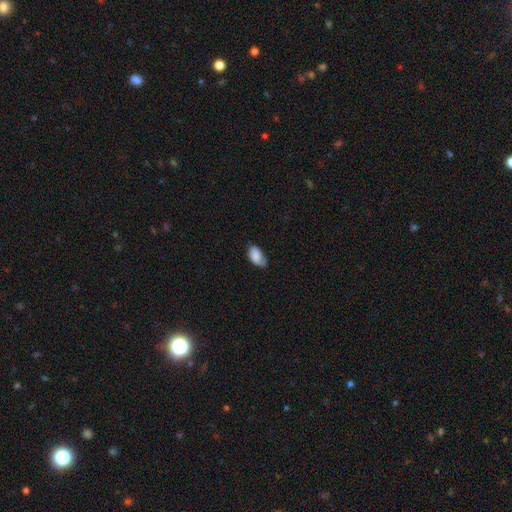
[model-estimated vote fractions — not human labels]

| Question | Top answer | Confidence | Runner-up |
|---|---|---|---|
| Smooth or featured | smooth | 82% | featured or disk (11%) |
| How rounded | in between | 94% | round (4%) |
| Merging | none | 59% | minor disturbance (33%) |